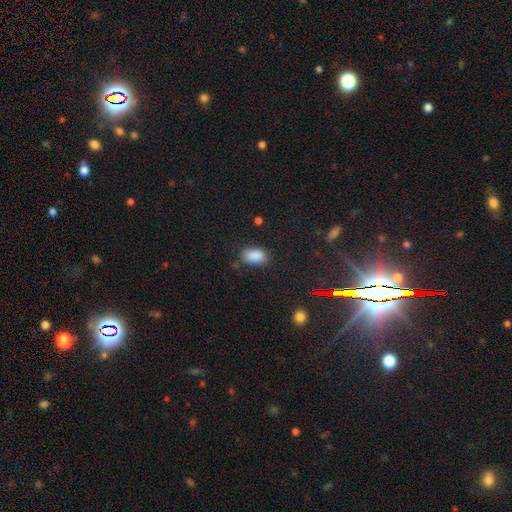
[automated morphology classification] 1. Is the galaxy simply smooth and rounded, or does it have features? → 87% smooth, 9% star or artifact, 4% featured or disk.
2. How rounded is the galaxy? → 91% in between, 8% round, 2% cigar-shaped.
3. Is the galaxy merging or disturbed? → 76% none, 18% minor disturbance, 4% major disturbance, 2% merger.